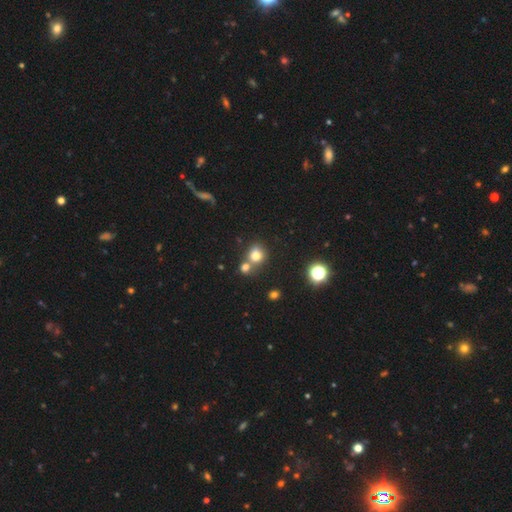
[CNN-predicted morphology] smooth 76%, star or artifact 15%, featured or disk 9%. Down the decision tree: how rounded — round (75%); merging — none (49%).